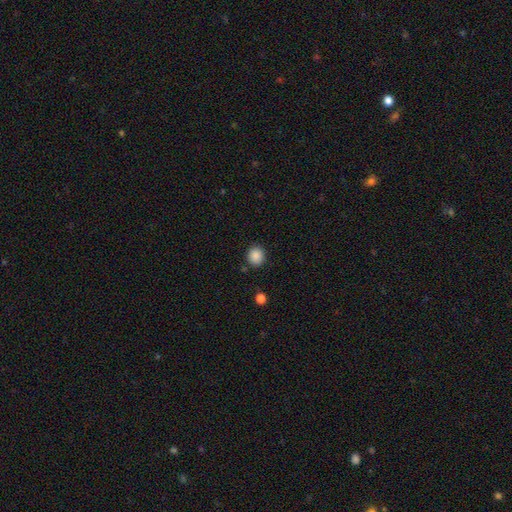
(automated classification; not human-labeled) Smooth or featured: smooth — 88% (star or artifact — 9%)
How rounded: round — 83% (in between — 16%)
Merging: none — 87% (minor disturbance — 8%)